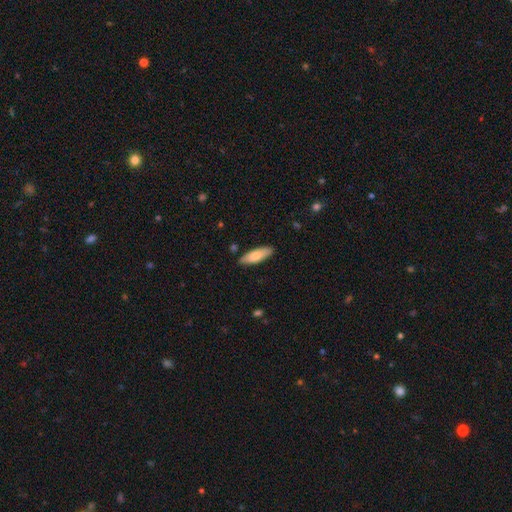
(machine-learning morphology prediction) smooth 77%, featured or disk 18%, star or artifact 5%. Down the decision tree: how rounded — in between (56%); merging — none (87%).